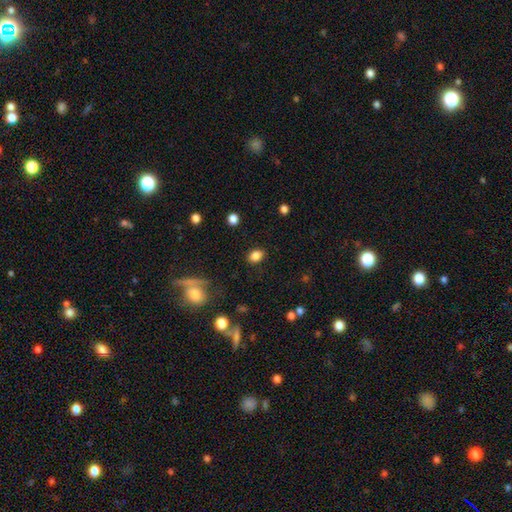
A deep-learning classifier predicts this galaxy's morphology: type=smooth (84%); roundness=in between (67%); merging=none (86%).